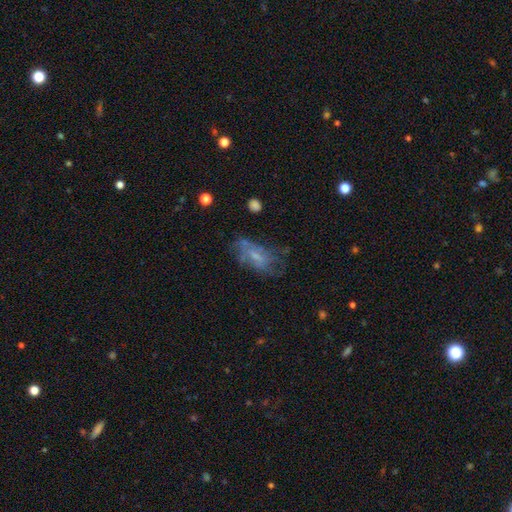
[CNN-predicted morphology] type=featured or disk (54%); edge-on=no (92%); merging=none (50%).